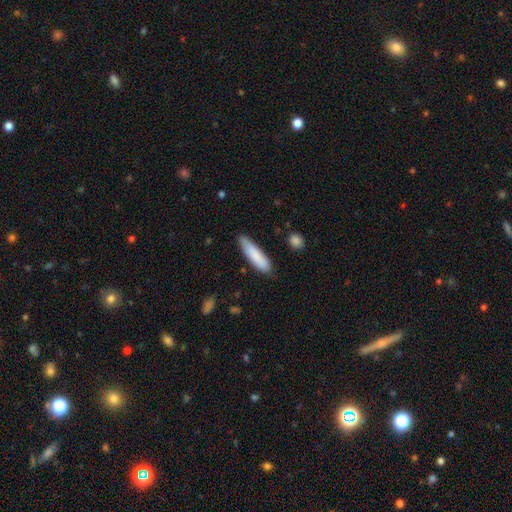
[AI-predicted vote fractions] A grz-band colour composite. It shows a smooth galaxy with no disk features (82%) that is cigar-shaped (74%). Merging: none (81%).